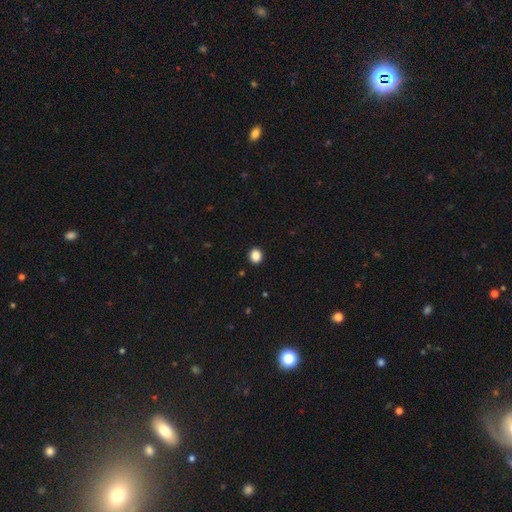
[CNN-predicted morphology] The model was most divided on "how rounded": round: 76%, in between: 23%, cigar-shaped: 1%. More confident: merging — none (92%); smooth or featured — smooth (87%).